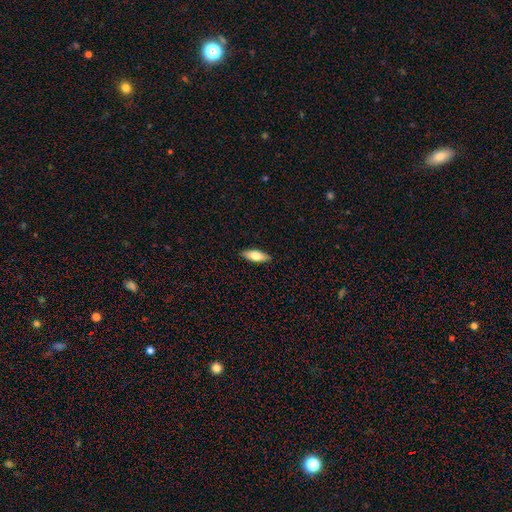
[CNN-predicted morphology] Smooth or featured?
  - smooth: 71% *
  - featured or disk: 24%
  - star or artifact: 6%
How rounded?
  - in between: 67% *
  - cigar-shaped: 31%
  - round: 2%
Merging?
  - none: 89% *
  - minor disturbance: 8%
  - major disturbance: 2%
  - merger: 1%